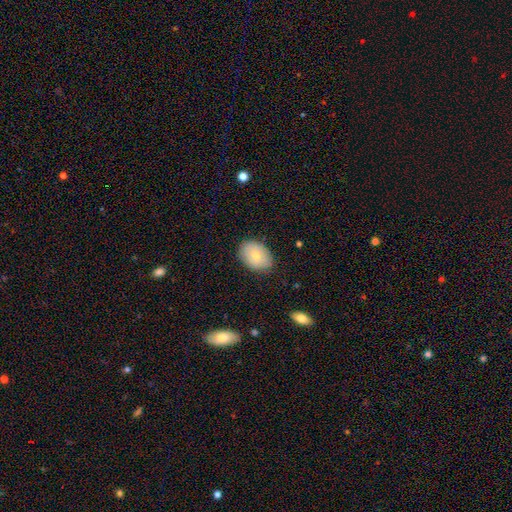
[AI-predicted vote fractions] This is likely a smooth galaxy (74%). How rounded: likely in between (78%). Merging: clearly none (84%).